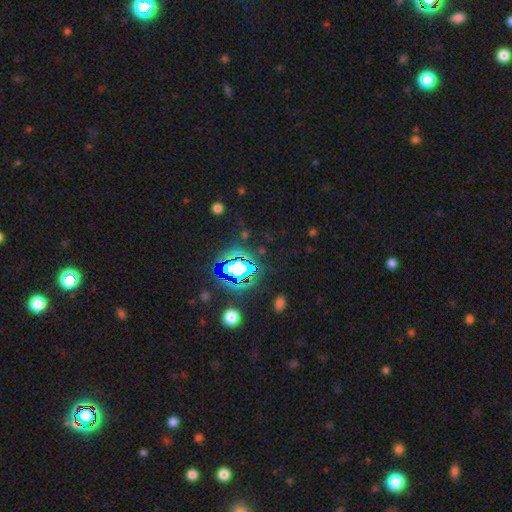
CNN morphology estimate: Overall: star or artifact (80%).